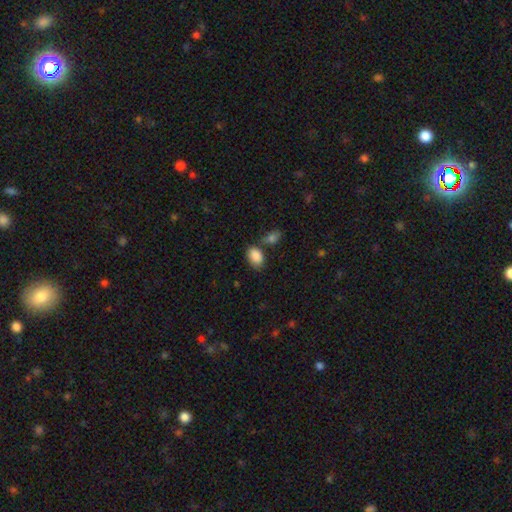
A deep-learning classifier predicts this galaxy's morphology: This appears to be a smooth galaxy with no disk features (88%) that is in between round and cigar-shaped (89%). Merging: none (61%).